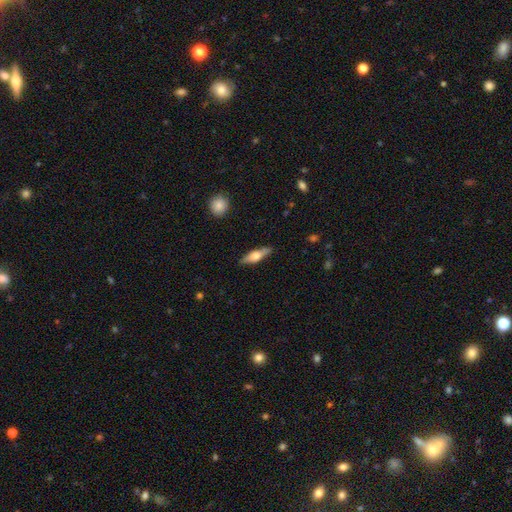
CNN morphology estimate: type=smooth (52%); roundness=cigar-shaped (54%); merging=none (86%).